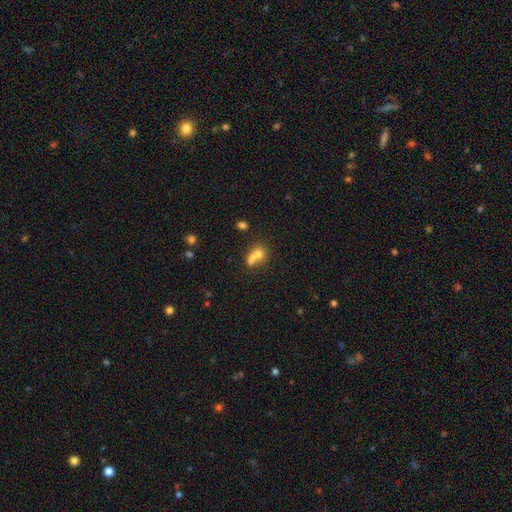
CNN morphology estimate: smooth 68%, featured or disk 19%, star or artifact 13%. Down the decision tree: how rounded — in between (48%, tied with round); merging — merger (60%).